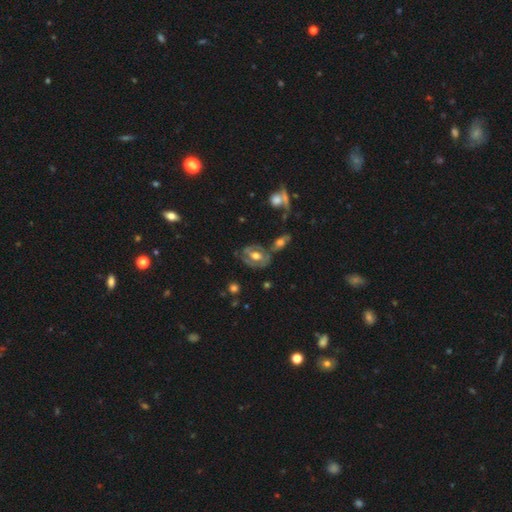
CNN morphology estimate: Smooth or featured? featured or disk (66%)
Edge-on disk? no (93%)
Bar? no (52%)
Spiral arms? yes (58%)
Bulge size? moderate (68%)
Merging? none (50%)